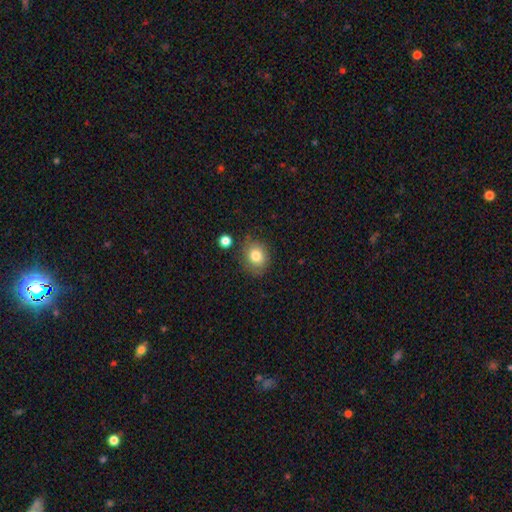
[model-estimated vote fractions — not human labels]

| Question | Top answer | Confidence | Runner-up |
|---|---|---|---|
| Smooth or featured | smooth | 80% | star or artifact (10%) |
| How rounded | round | 62% | in between (37%) |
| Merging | none | 77% | minor disturbance (15%) |